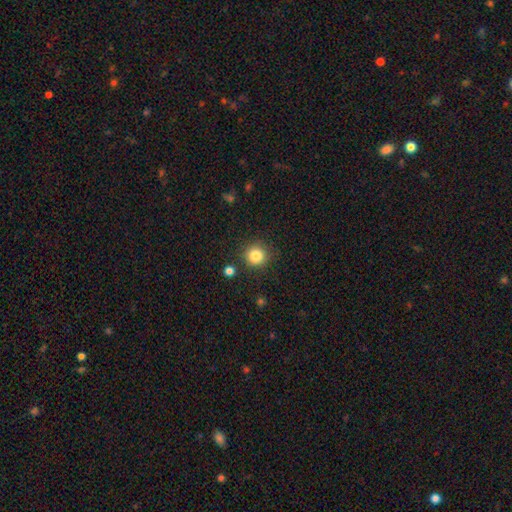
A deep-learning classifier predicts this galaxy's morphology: Smooth or featured? smooth (84%)
How rounded? round (94%)
Merging? none (88%)